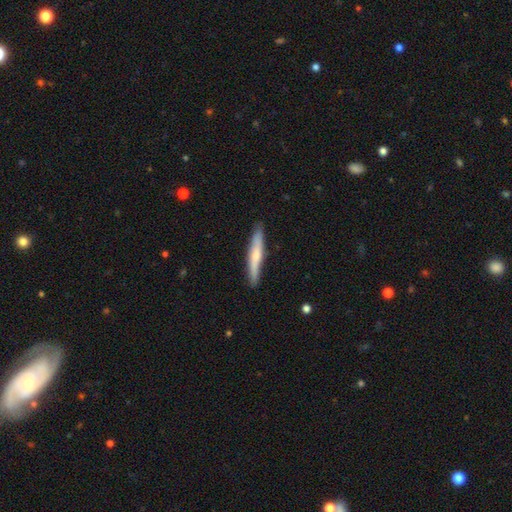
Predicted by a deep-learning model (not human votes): Smooth or featured? smooth (54%)
How rounded? cigar-shaped (93%)
Merging? none (87%)